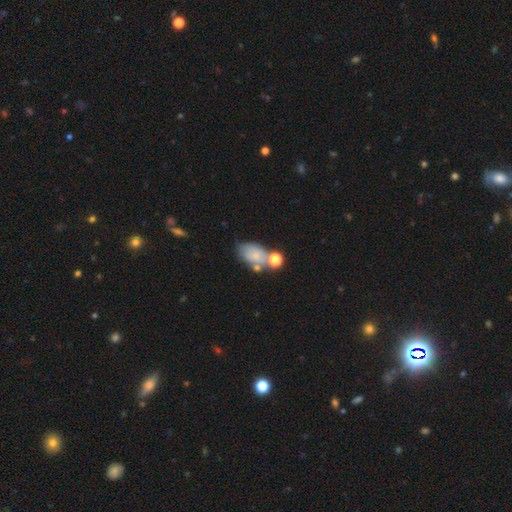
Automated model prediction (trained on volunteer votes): This appears to be a smooth galaxy with no disk features (67%) that is in between round and cigar-shaped (87%). Merging: none (42%).